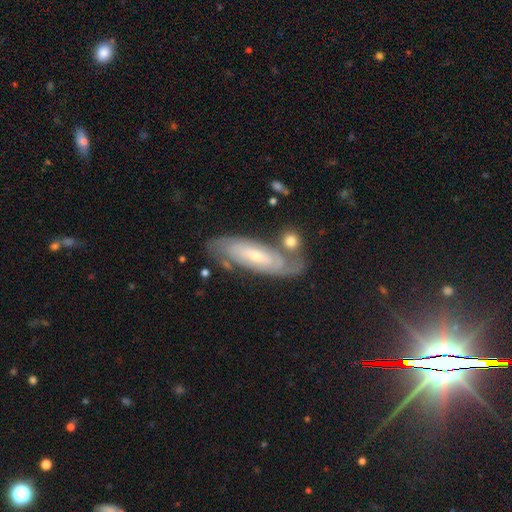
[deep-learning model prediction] featured or disk 71%, smooth 22%, star or artifact 6%. Down the decision tree: edge-on disk — no (85%); bar — no (56%); spiral arms — yes (89%); spiral arm count — 2 (47%); spiral winding — tight (66%); bulge size — small (62%); merging — none (66%).